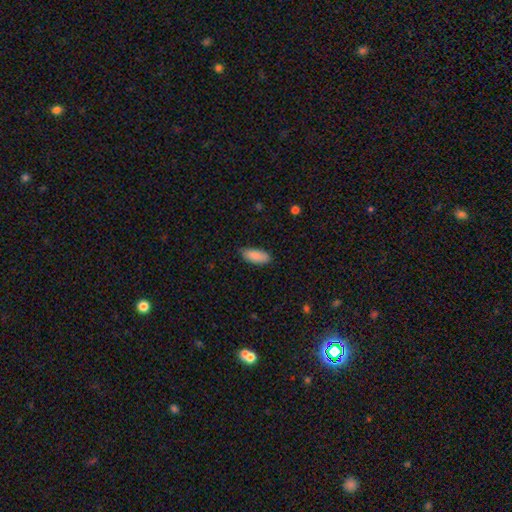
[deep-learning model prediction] This appears to be a smooth galaxy with no disk features (87%) that is in between round and cigar-shaped (85%). Merging: none (82%).